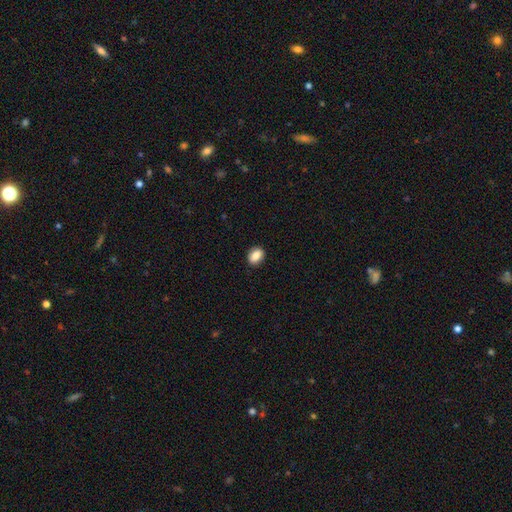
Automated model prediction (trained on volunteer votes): smooth 85%, star or artifact 8%, featured or disk 7%. Down the decision tree: how rounded — in between (68%); merging — none (89%).